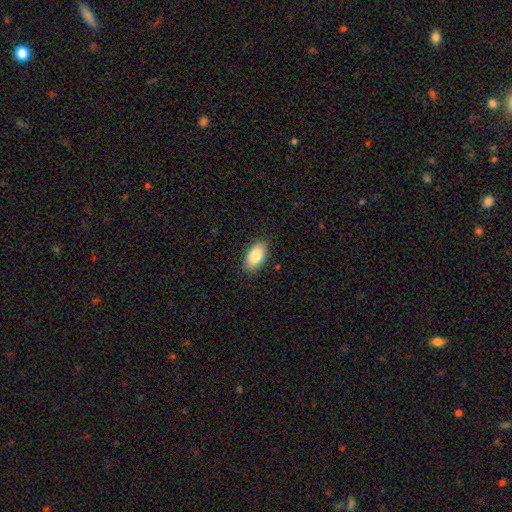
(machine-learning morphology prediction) type=smooth (85%); roundness=in between (93%); merging=none (88%).